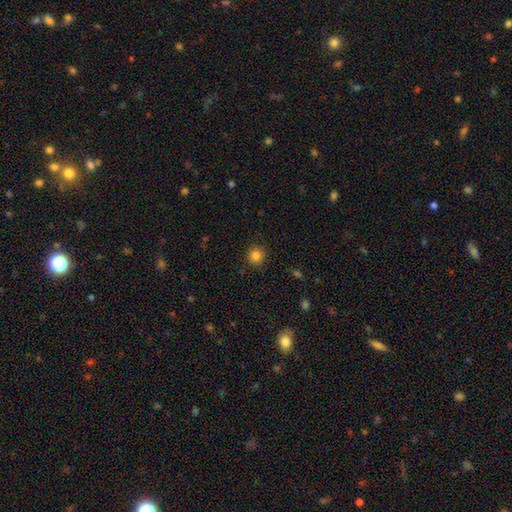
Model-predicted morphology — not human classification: This is clearly a smooth galaxy (83%). How rounded: clearly round (93%). Merging: clearly none (88%).